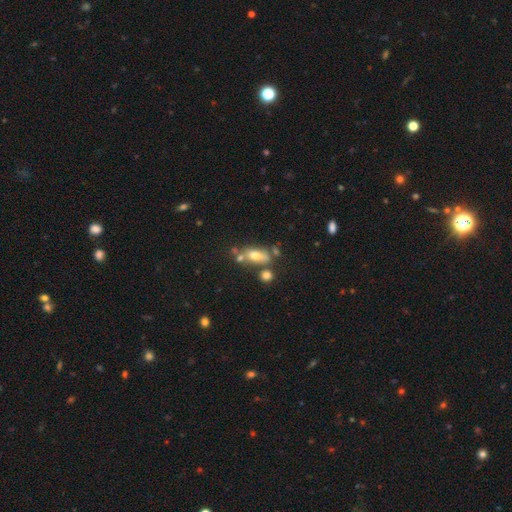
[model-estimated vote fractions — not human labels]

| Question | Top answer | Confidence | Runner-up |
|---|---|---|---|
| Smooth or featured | smooth | 65% | featured or disk (25%) |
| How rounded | in between | 75% | cigar-shaped (18%) |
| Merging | none | 53% | merger (23%) |